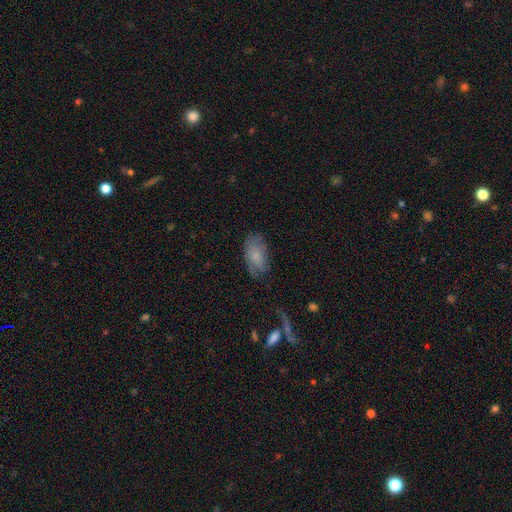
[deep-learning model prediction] Overall: smooth (70%). How rounded: in between (92%). Merging: none (58%; minor disturbance 28%).